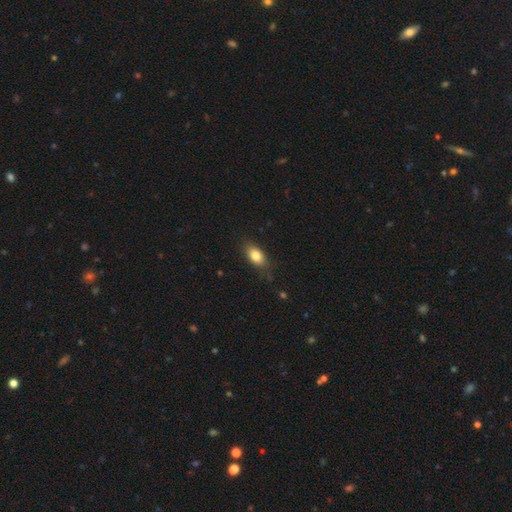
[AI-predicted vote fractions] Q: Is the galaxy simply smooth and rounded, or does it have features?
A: smooth — 82%.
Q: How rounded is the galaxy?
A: in between — 87%.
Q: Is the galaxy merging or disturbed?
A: none — 79%.